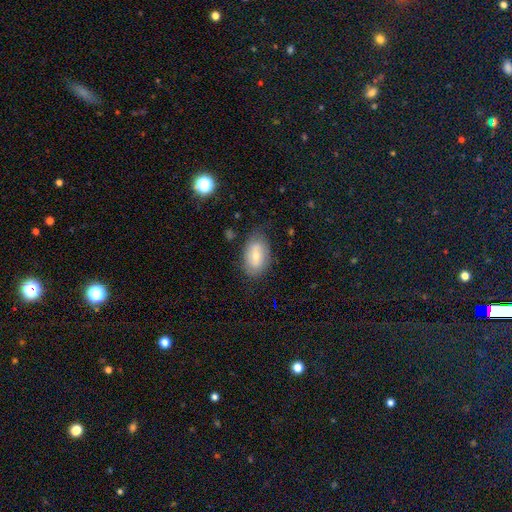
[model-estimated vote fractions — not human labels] smooth-or-featured: smooth: 56% | featured or disk: 36% | star or artifact: 7%
  how-rounded: in between: 90% | round: 8% | cigar-shaped: 2%
  merging: none: 71% | minor disturbance: 21% | major disturbance: 6% | merger: 2%